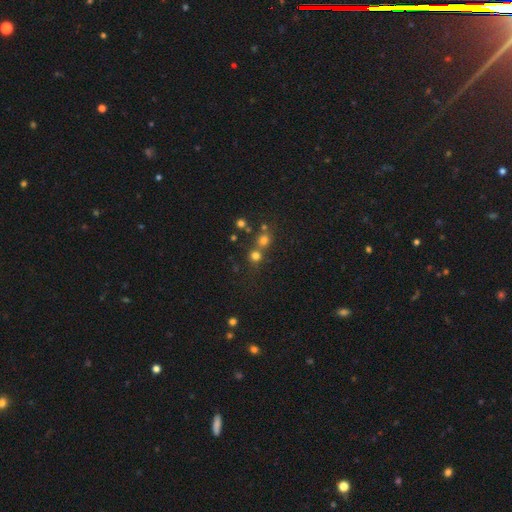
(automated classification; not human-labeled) Smooth or featured? smooth (69%)
How rounded? round (88%)
Merging? none (55%)